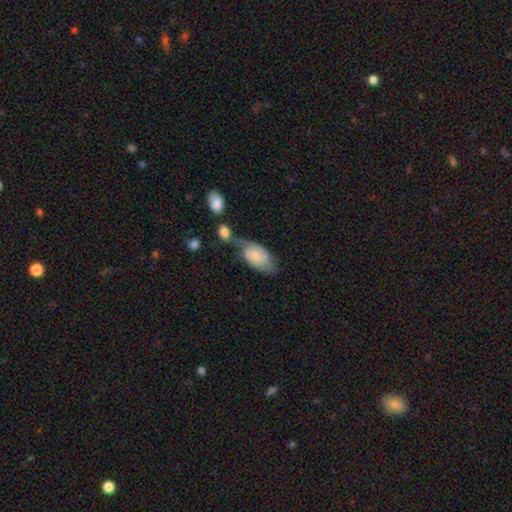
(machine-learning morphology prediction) The model was most divided on "merging": merger: 36%, none: 30%, minor disturbance: 20%, major disturbance: 14%. Remaining: edge-on disk — no (94%); spiral arms — yes (86%); bar — no (56%); smooth or featured — featured or disk (54%); bulge size — small (49%).